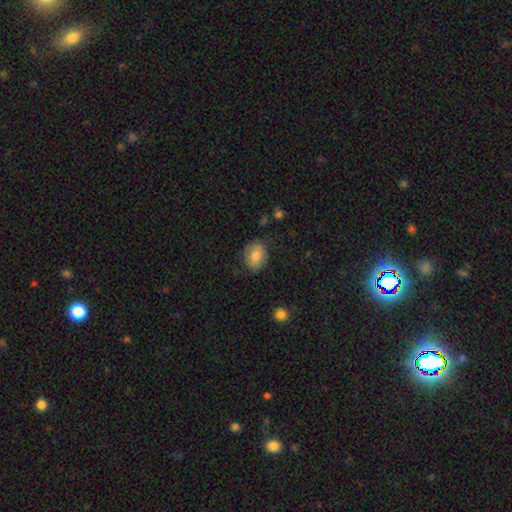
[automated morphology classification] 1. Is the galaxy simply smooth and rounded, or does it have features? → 75% smooth, 17% featured or disk, 8% star or artifact.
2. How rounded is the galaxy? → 64% in between, 35% round, 1% cigar-shaped.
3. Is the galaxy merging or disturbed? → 75% none, 19% minor disturbance, 5% major disturbance, 1% merger.